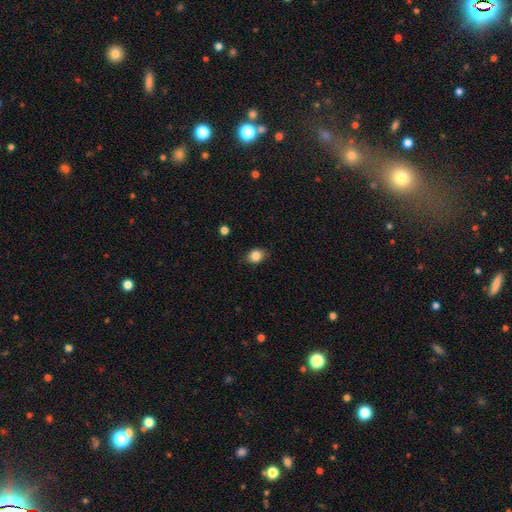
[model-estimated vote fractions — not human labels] Smooth or featured? smooth (85%)
How rounded? in between (56%)
Merging? none (80%)